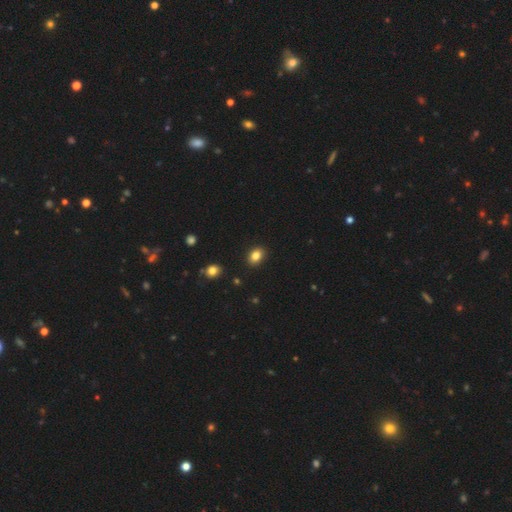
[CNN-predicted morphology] Overall: smooth (84%). How rounded: in between (67%; round 32%). Merging: none (89%).